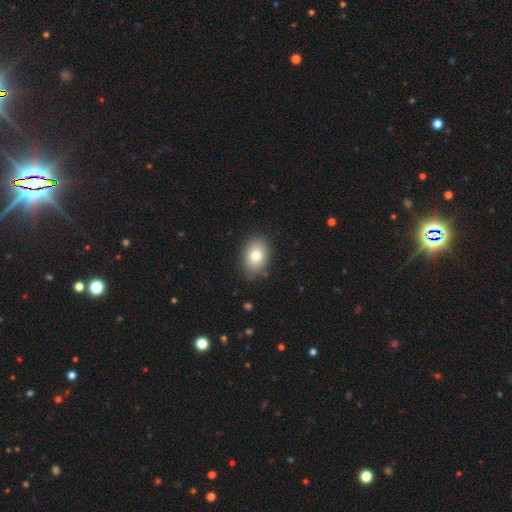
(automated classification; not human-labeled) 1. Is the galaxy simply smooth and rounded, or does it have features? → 81% smooth, 11% featured or disk, 8% star or artifact.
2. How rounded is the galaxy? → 80% in between, 19% round, 1% cigar-shaped.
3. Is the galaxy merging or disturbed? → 84% none, 12% minor disturbance, 3% major disturbance, 1% merger.